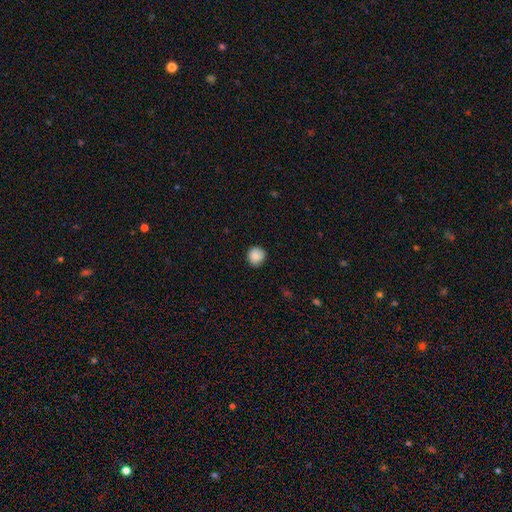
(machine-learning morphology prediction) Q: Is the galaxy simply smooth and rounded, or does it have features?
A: smooth — 87%.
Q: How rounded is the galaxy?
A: round — 92%.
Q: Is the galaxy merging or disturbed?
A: none — 87%.